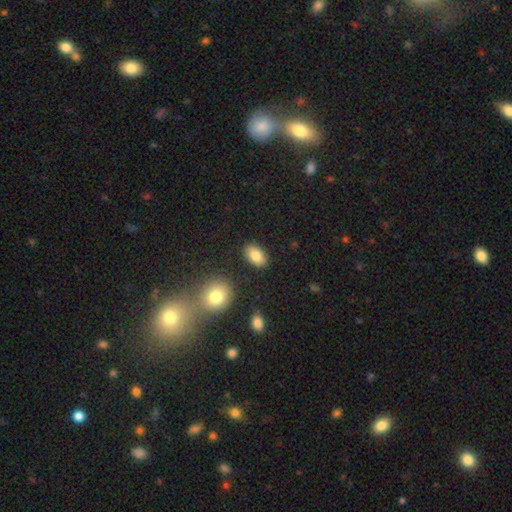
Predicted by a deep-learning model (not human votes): Smooth or featured? Predicted: smooth (p=0.85). How rounded? Predicted: in between (p=0.92). Merging? Predicted: none (p=0.87).